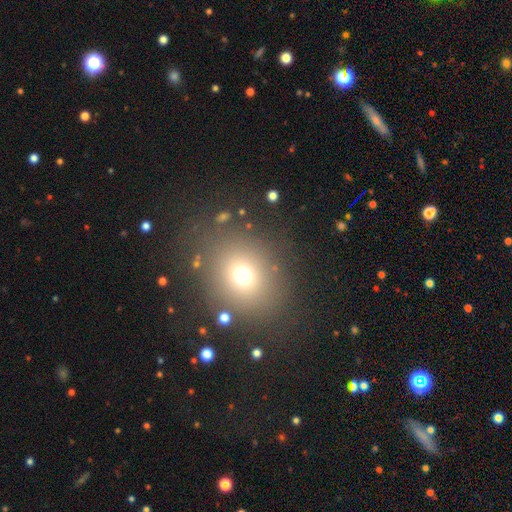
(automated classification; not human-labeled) smooth-or-featured: smooth: 63% | star or artifact: 26% | featured or disk: 11%
  how-rounded: round: 64% | in between: 34% | cigar-shaped: 1%
  merging: none: 84% | minor disturbance: 9% | major disturbance: 5% | merger: 2%